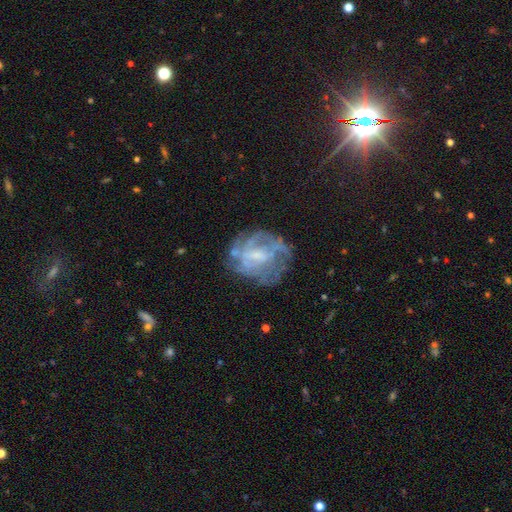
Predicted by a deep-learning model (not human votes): smooth_or_featured: featured or disk (p=0.70) [alt: smooth p=0.19]
disk_edge_on: no (p=0.97) [alt: yes p=0.03]
bar: weak (p=0.45) [alt: no p=0.43]
has_spiral_arms: yes (p=0.58) [alt: no p=0.42]
bulge_size: small (p=0.39) [alt: moderate p=0.31]
merging: none (p=0.57) [alt: minor disturbance p=0.21]